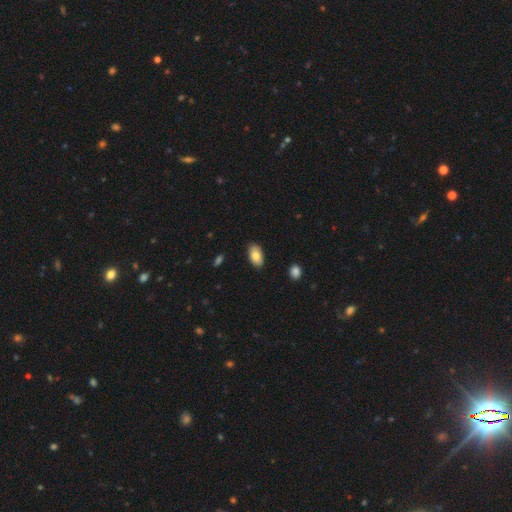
Volunteers were most divided on "merging": none: 83%, minor disturbance: 11%, major disturbance: 3%, merger: 3%. More confident: how rounded — in between (97%); smooth or featured — smooth (89%).